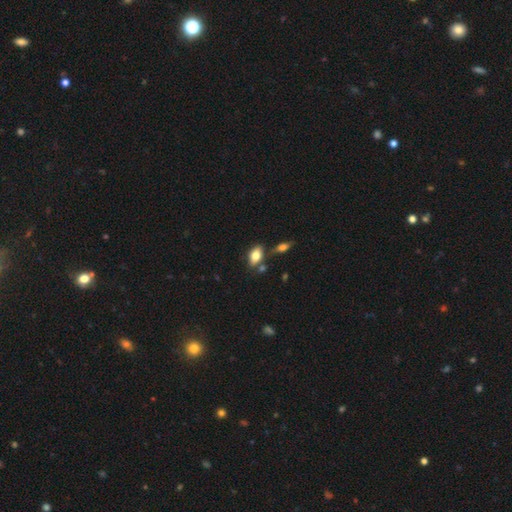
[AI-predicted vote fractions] Overall: smooth (77%). How rounded: in between (88%). Merging: none (69%).